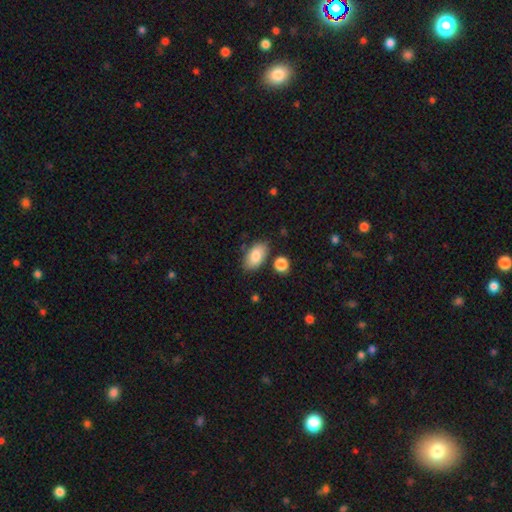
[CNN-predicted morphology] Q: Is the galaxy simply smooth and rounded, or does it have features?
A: smooth — 83%.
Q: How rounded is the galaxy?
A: in between — 93%.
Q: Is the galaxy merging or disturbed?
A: none — 78%.